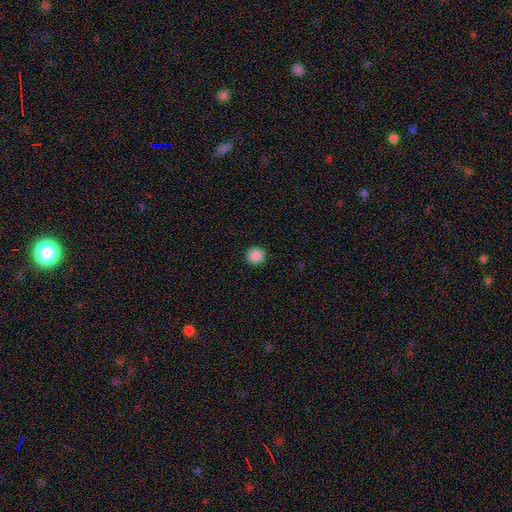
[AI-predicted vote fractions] The model was most divided on "smooth or featured": smooth: 88%, star or artifact: 9%, featured or disk: 2%. More confident: merging — none (92%); how rounded — round (91%).